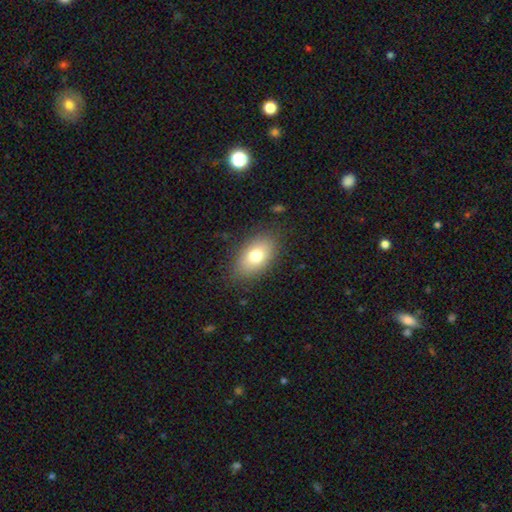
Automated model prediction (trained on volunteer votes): smooth-or-featured: smooth: 76% | featured or disk: 15% | star or artifact: 9%
  how-rounded: in between: 89% | round: 8% | cigar-shaped: 2%
  merging: none: 83% | minor disturbance: 12% | major disturbance: 4% | merger: 1%